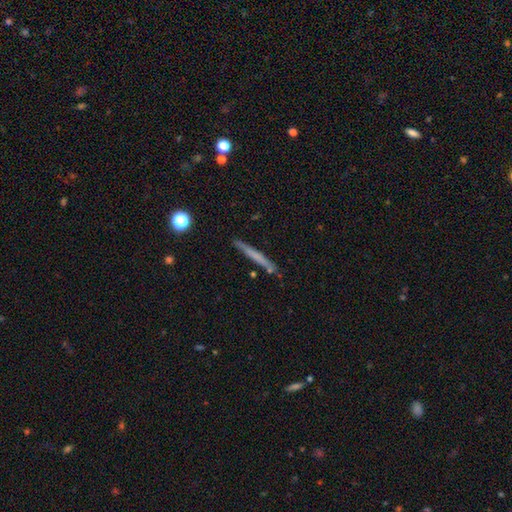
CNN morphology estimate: smooth 56%, featured or disk 37%, star or artifact 7%. Down the decision tree: how rounded — cigar-shaped (96%); merging — none (85%).